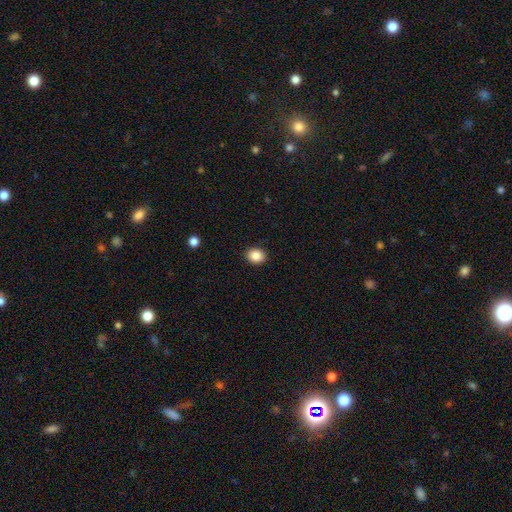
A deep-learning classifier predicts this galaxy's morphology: Q: Smooth or featured?
A: smooth (87%); runner-up: star or artifact (9%)
Q: How rounded?
A: round (60%); runner-up: in between (39%)
Q: Merging?
A: none (91%); runner-up: minor disturbance (6%)